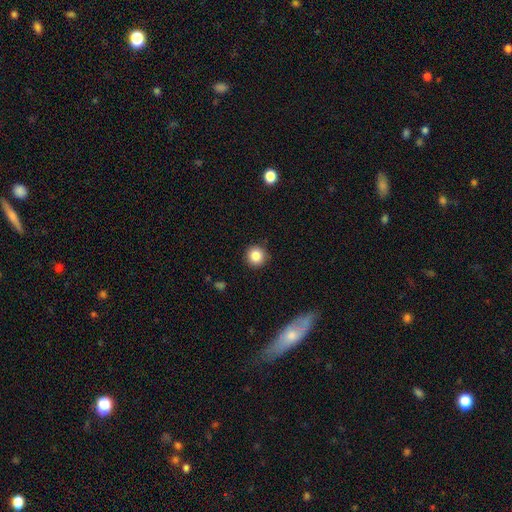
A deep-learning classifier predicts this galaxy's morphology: Smooth or featured? smooth (84%)
How rounded? round (94%)
Merging? none (89%)